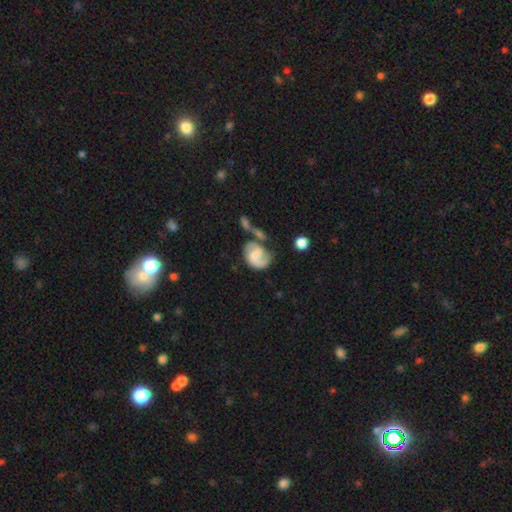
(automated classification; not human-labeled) This is possibly a featured or disk galaxy (59%). It is clearly not viewed edge-on (97%). Bar: marginally weak (45%). Spiral arm pattern: clearly yes (85%). Central bulge: marginally none (37%). Merging: marginally none (36%).